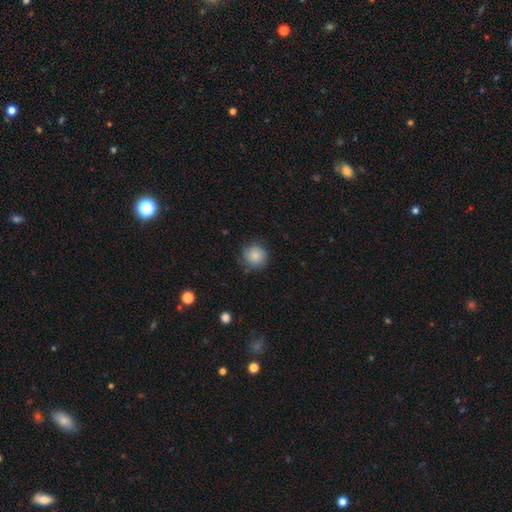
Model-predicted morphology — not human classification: The model was most divided on "merging": none: 77%, minor disturbance: 18%, major disturbance: 4%, merger: 1%. More confident: how rounded — round (92%); smooth or featured — smooth (84%).